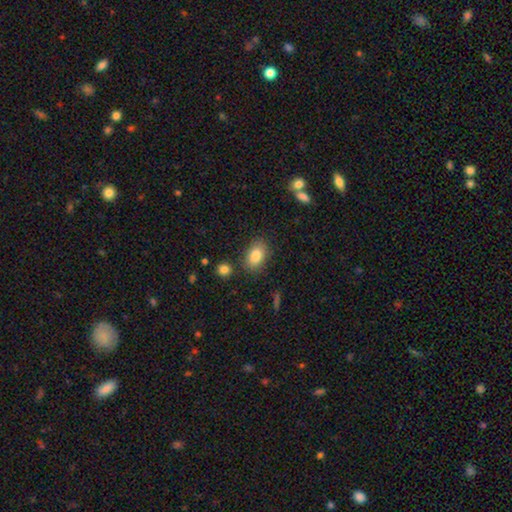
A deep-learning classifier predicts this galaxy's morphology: Q: Smooth or featured?
A: smooth (85%); runner-up: star or artifact (8%)
Q: How rounded?
A: in between (86%); runner-up: round (13%)
Q: Merging?
A: none (82%); runner-up: minor disturbance (11%)